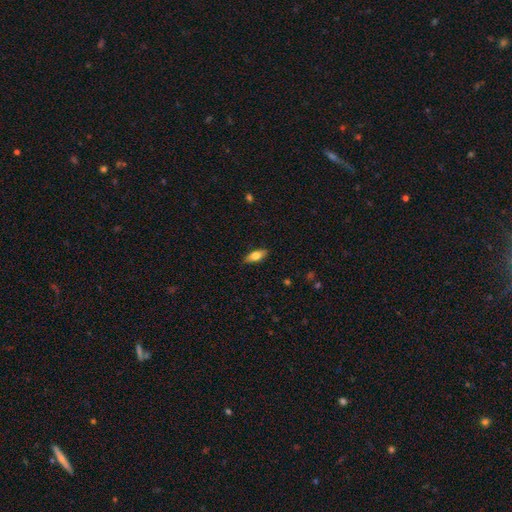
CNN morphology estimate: Smooth or featured? smooth (65%)
How rounded? in between (72%)
Merging? none (86%)